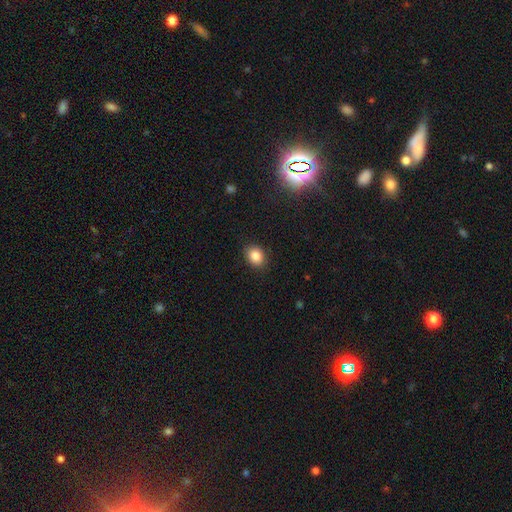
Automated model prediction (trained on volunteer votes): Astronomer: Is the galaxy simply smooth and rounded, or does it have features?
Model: smooth — 84%.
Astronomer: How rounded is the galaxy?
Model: in between — 53% (runner-up: round, 46%).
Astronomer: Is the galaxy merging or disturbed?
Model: none — 89%.